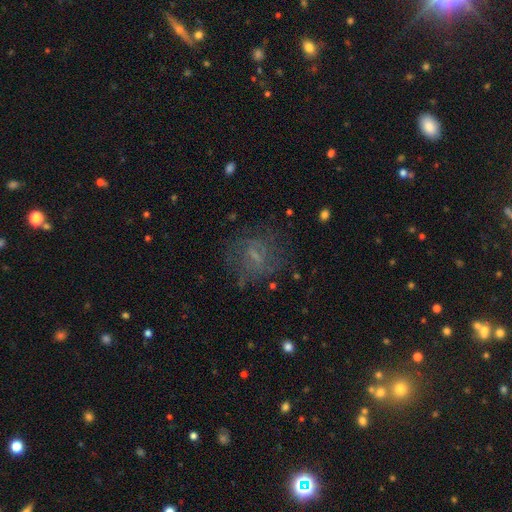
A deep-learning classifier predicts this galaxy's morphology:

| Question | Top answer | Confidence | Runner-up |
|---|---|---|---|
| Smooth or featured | featured or disk | 50% | smooth (32%) |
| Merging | none | 64% | minor disturbance (17%) |